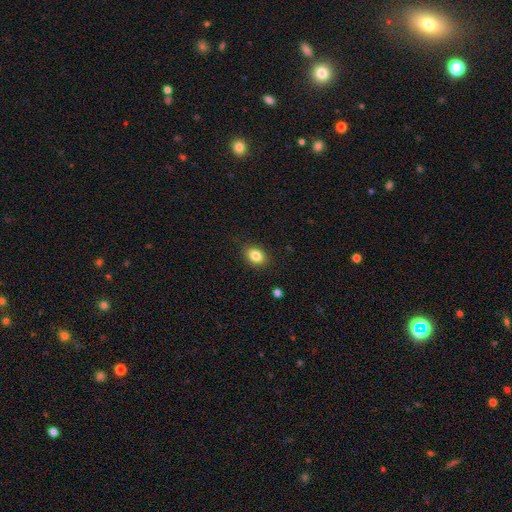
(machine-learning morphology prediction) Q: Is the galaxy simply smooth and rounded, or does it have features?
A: smooth — 84%.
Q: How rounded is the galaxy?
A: in between — 73%.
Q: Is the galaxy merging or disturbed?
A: none — 87%.